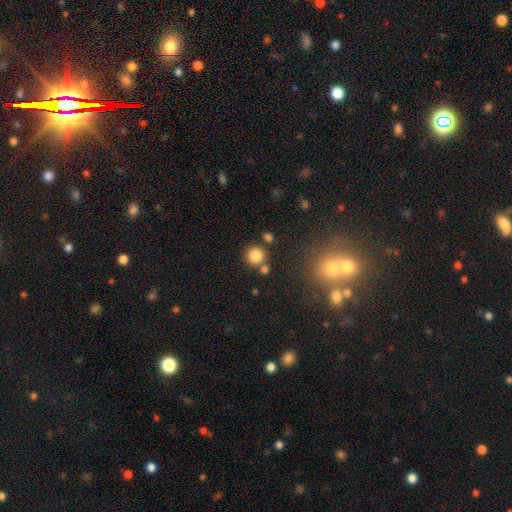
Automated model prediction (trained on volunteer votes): A smooth galaxy with no disk features (83%) that is round (93%). Merging: none (77%).